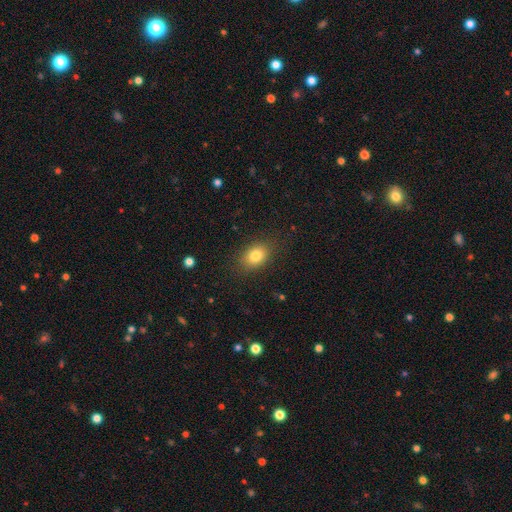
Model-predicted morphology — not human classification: smooth_or_featured: smooth (p=0.81) [alt: star or artifact p=0.10]
how_rounded: in between (p=0.73) [alt: round p=0.25]
merging: none (p=0.83) [alt: minor disturbance p=0.12]